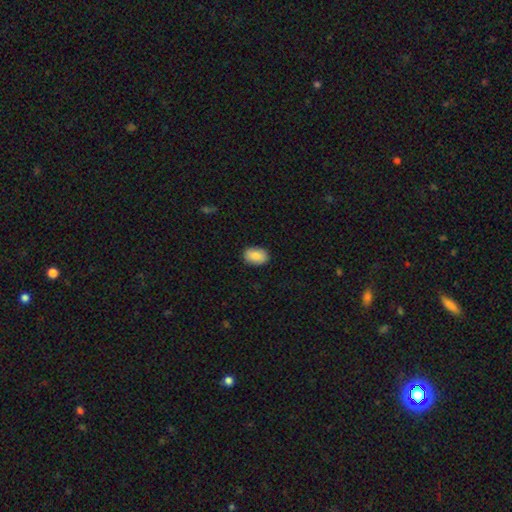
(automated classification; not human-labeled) This is clearly a smooth galaxy (87%). How rounded: clearly in between (86%). Merging: clearly none (88%).